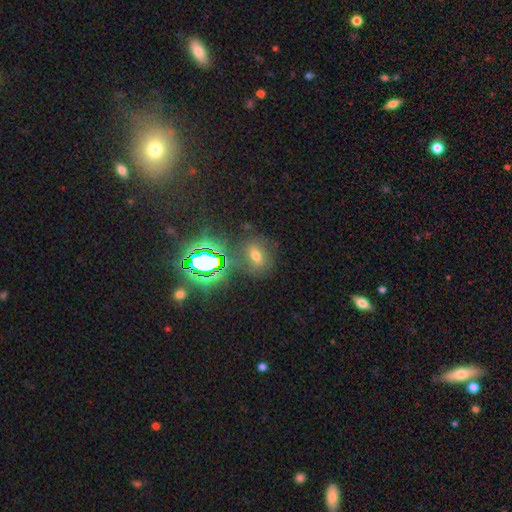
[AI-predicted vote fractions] smooth 45%, star or artifact 36%, featured or disk 19%. Down the decision tree: merging — none (72%).